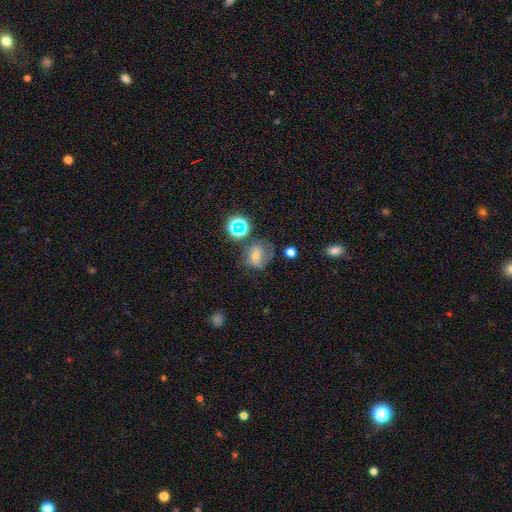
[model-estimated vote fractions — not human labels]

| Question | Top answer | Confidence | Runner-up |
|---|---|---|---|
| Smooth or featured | featured or disk | 43% | smooth (33%) |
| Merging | none | 60% | minor disturbance (21%) |